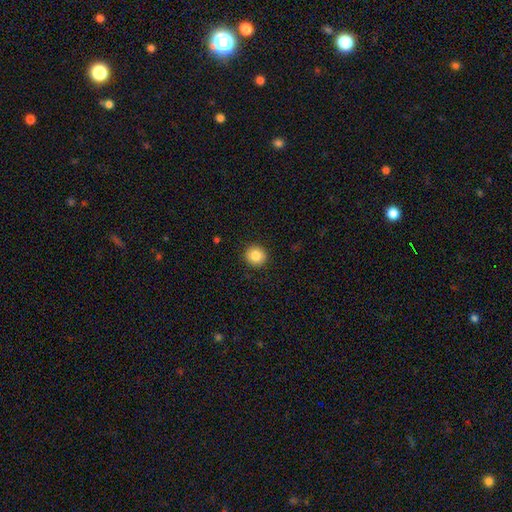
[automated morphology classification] Smooth or featured? smooth (85%)
How rounded? round (92%)
Merging? none (92%)